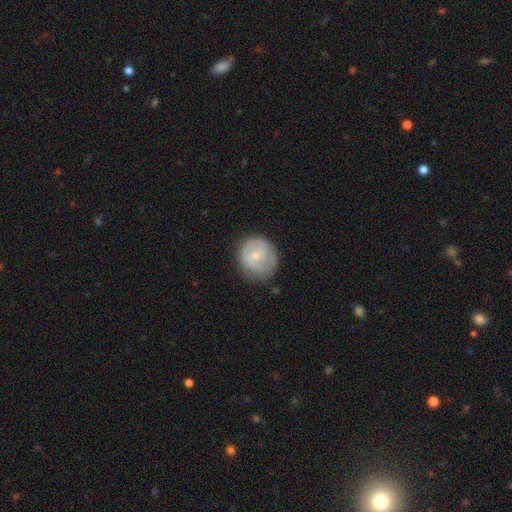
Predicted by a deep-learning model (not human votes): smooth 65%, featured or disk 29%, star or artifact 7%. Down the decision tree: how rounded — round (84%); merging — none (66%).